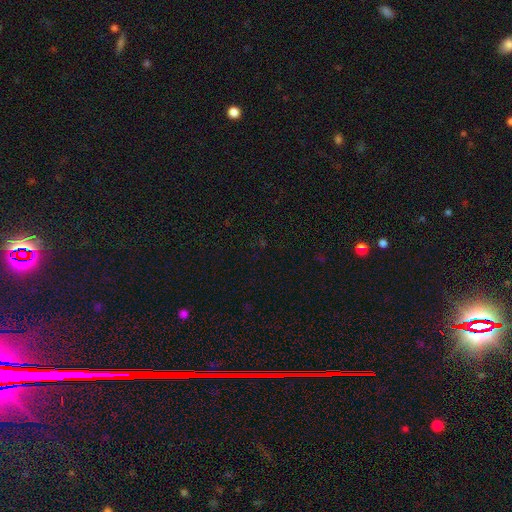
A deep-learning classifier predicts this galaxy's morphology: A star or artifact, not a galaxy (67%).